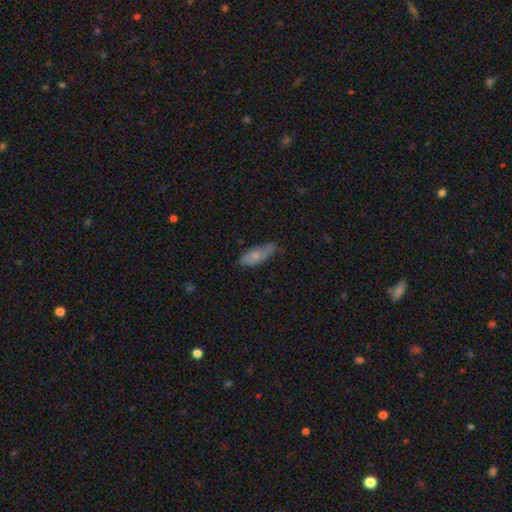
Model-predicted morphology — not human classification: A smooth galaxy with no disk features (68%) that is in between round and cigar-shaped (71%).

Vote fractions:
- Smooth or featured? smooth: 68% / featured or disk: 26% / star or artifact: 6%
- How rounded? in between: 71% / cigar-shaped: 27% / round: 2%
- Merging? none: 62% / minor disturbance: 30% / major disturbance: 5% / merger: 2%